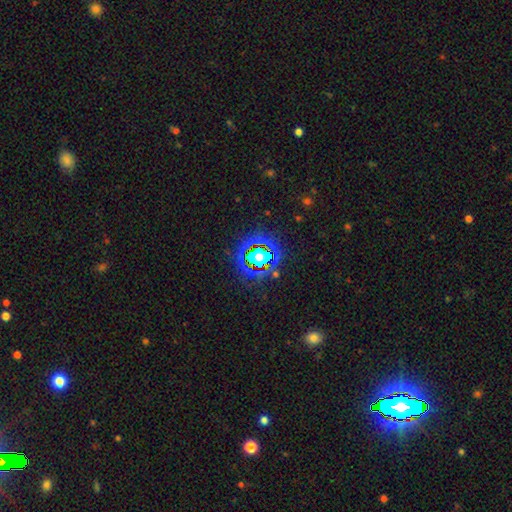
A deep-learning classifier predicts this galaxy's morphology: A star or artifact, not a galaxy (64%).

Vote fractions:
- Smooth or featured? star or artifact: 64% / smooth: 24% / featured or disk: 12%